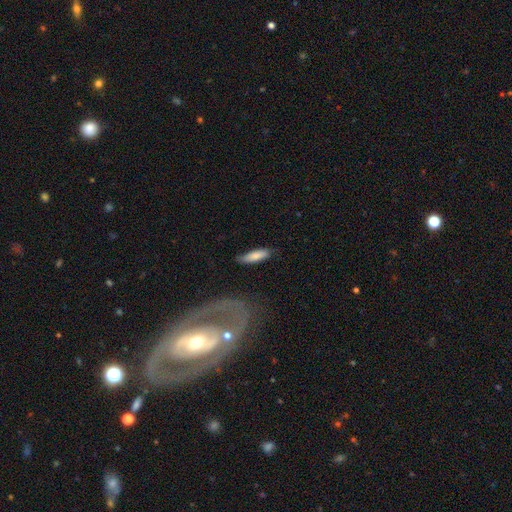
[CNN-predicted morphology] Smooth or featured?
  - smooth: 79% *
  - featured or disk: 15%
  - star or artifact: 6%
How rounded?
  - cigar-shaped: 63% *
  - in between: 35%
  - round: 2%
Merging?
  - none: 76% *
  - minor disturbance: 17%
  - major disturbance: 4%
  - merger: 2%